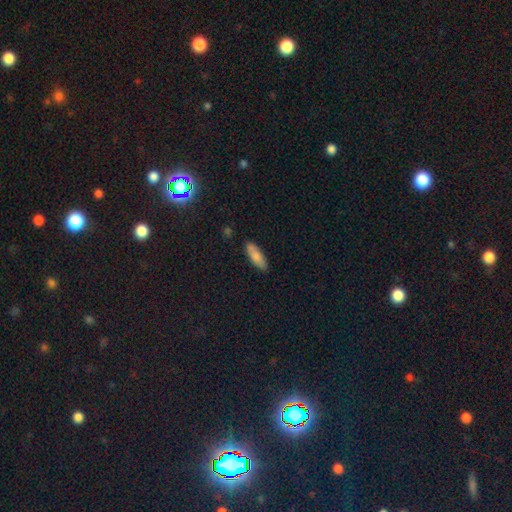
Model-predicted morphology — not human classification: Q: Smooth or featured?
A: smooth (81%); runner-up: featured or disk (13%)
Q: How rounded?
A: in between (61%); runner-up: cigar-shaped (38%)
Q: Merging?
A: none (85%); runner-up: minor disturbance (11%)